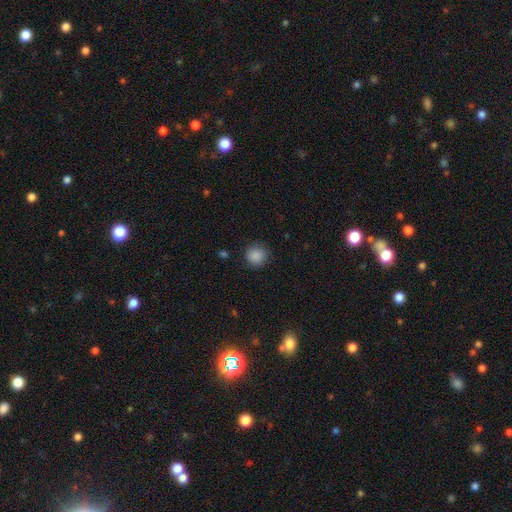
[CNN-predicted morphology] Overall: smooth (87%). How rounded: round (91%). Merging: none (84%).